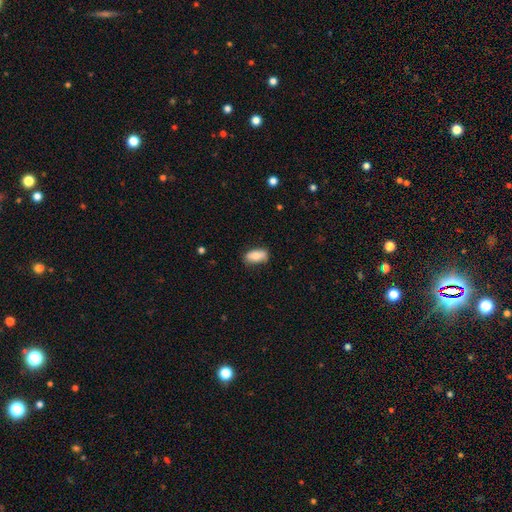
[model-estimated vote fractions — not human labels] Overall: smooth (77%). How rounded: in between (90%). Merging: none (75%).